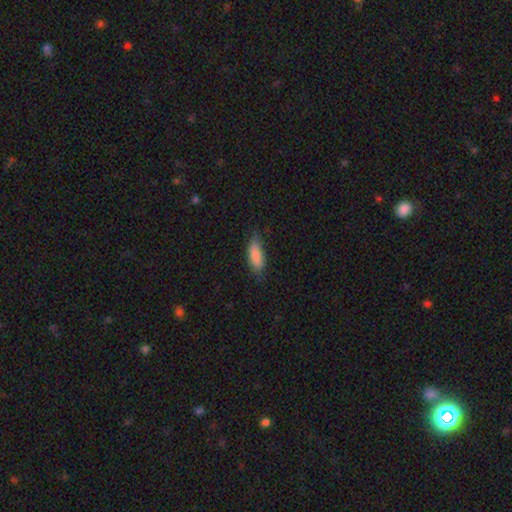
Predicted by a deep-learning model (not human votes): smooth-or-featured: smooth: 86% | featured or disk: 8% | star or artifact: 7%
  how-rounded: in between: 75% | cigar-shaped: 22% | round: 2%
  merging: none: 67% | minor disturbance: 26% | major disturbance: 5% | merger: 1%